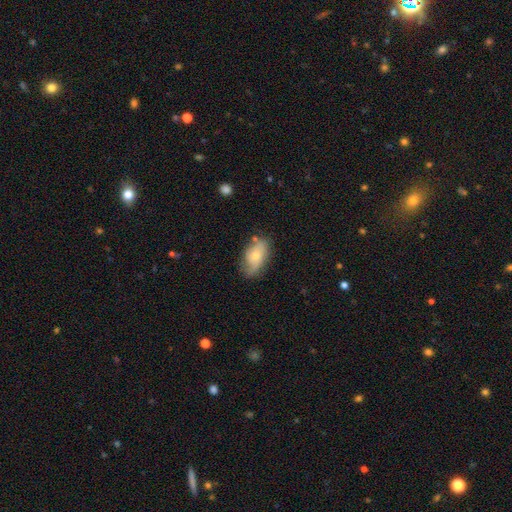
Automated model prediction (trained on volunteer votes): A smooth galaxy with no disk features (54%) that is in between round and cigar-shaped (90%).

Vote fractions:
- Smooth or featured? smooth: 54% / featured or disk: 39% / star or artifact: 7%
- How rounded? in between: 90% / round: 7% / cigar-shaped: 3%
- Merging? none: 61% / minor disturbance: 28% / major disturbance: 8% / merger: 4%